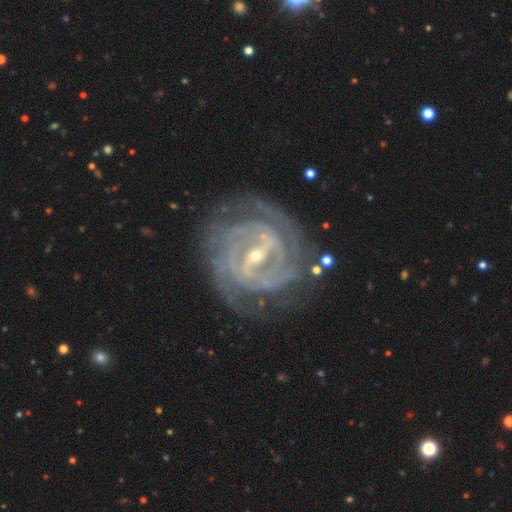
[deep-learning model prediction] featured or disk 92%, star or artifact 5%, smooth 3%. Down the decision tree: edge-on disk — no (96%); bar — strong (60%); spiral arms — yes (98%); spiral arm count — 2 (23%); spiral winding — tight (78%); bulge size — small (62%); merging — none (78%).